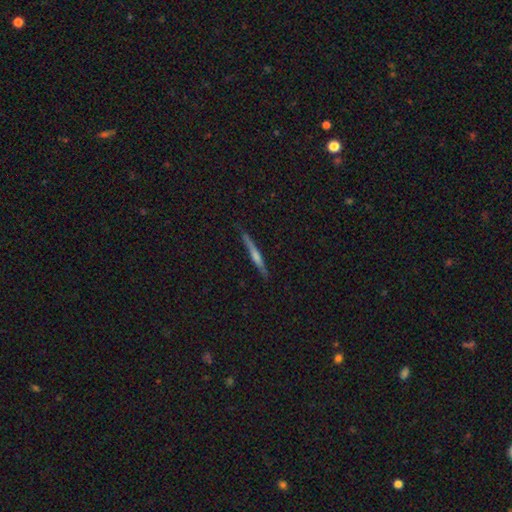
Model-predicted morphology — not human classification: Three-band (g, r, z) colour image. It shows a featured or disk galaxy (72%) viewed edge-on (98%) with a rounded central bulge (68%). Merging: none (91%).